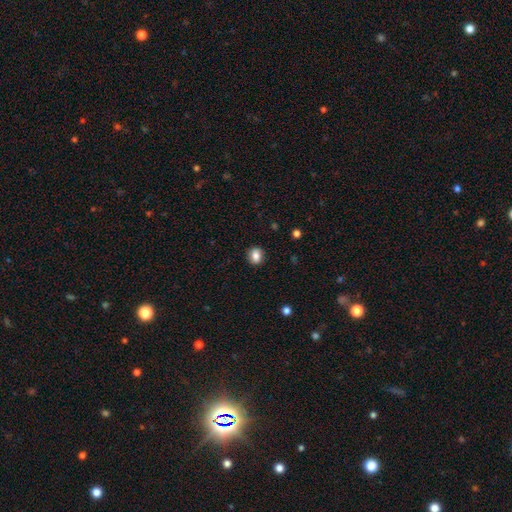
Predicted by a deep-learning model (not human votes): This is clearly a smooth galaxy (83%). How rounded: possibly round (57%). Merging: clearly none (89%).